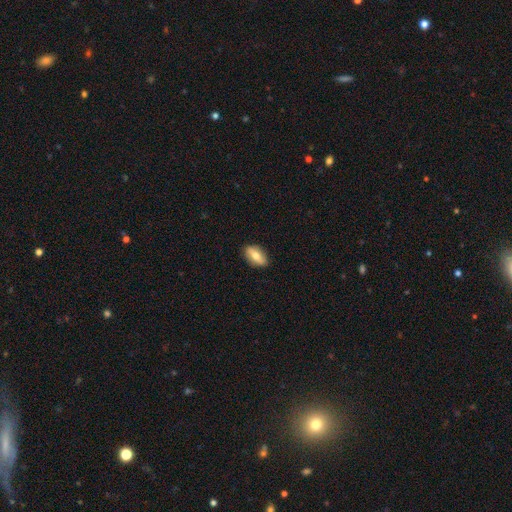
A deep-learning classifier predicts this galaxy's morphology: smooth-or-featured: smooth: 63% | featured or disk: 30% | star or artifact: 7%
  how-rounded: in between: 86% | cigar-shaped: 8% | round: 6%
  merging: none: 86% | minor disturbance: 10% | major disturbance: 2% | merger: 1%